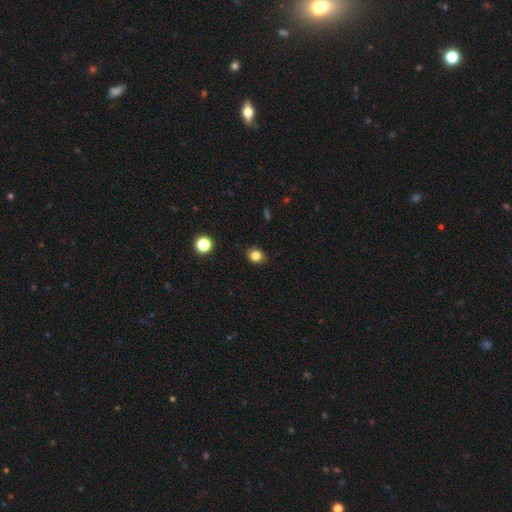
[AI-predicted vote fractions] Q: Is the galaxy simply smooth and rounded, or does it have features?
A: smooth — 82%.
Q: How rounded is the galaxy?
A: round — 63%.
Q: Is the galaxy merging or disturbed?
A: none — 83%.